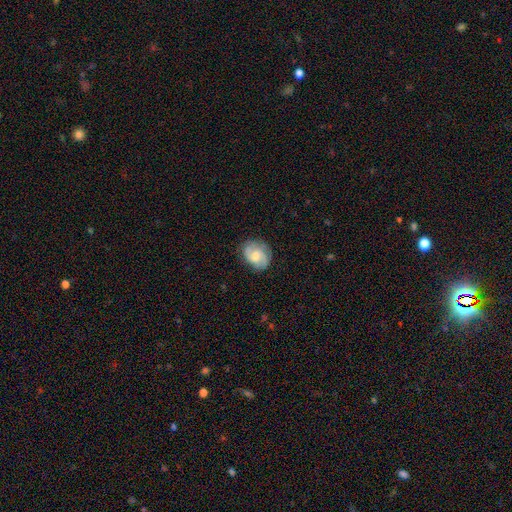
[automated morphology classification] Overall: featured or disk (62%; smooth 31%). Edge-on disk: no (98%). Bar: no (52%; weak 41%). Spiral arms: yes (92%). Spiral arm count: 2 (70%). Spiral winding: medium (47%; tight 35%). Bulge size: moderate (43%; small 32%). Merging: none (76%).